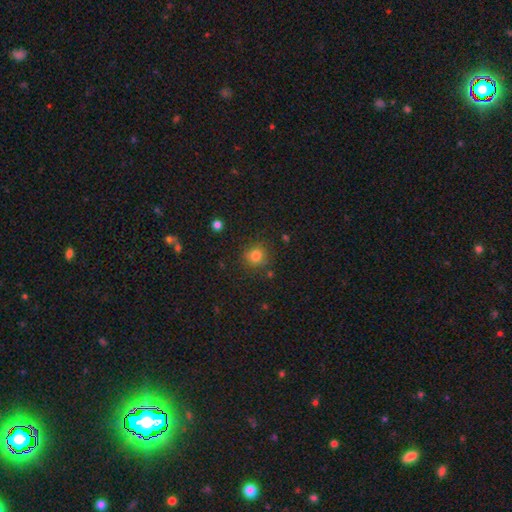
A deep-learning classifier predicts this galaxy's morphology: Smooth or featured: smooth — 81% (star or artifact — 13%)
How rounded: round — 88% (in between — 11%)
Merging: none — 81% (minor disturbance — 12%)